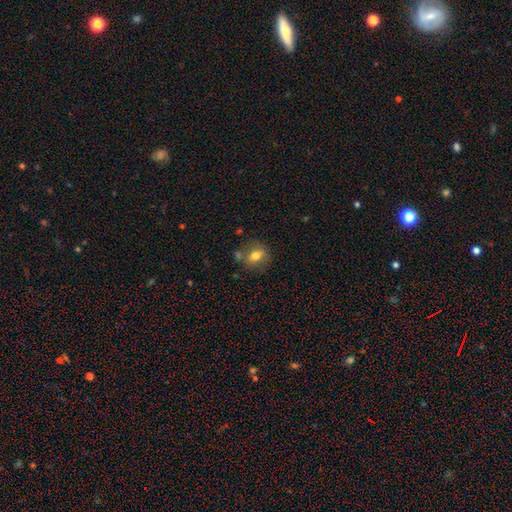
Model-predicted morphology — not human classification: smooth 66%, featured or disk 25%, star or artifact 9%. Down the decision tree: how rounded — round (50%); merging — none (71%).